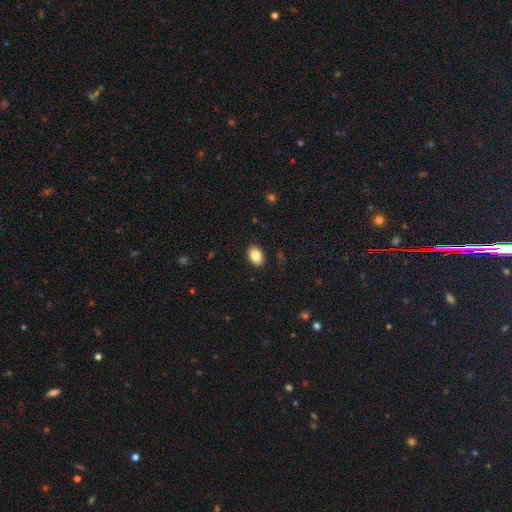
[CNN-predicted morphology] This is clearly a smooth galaxy (85%). How rounded: clearly in between (82%). Merging: clearly none (90%).